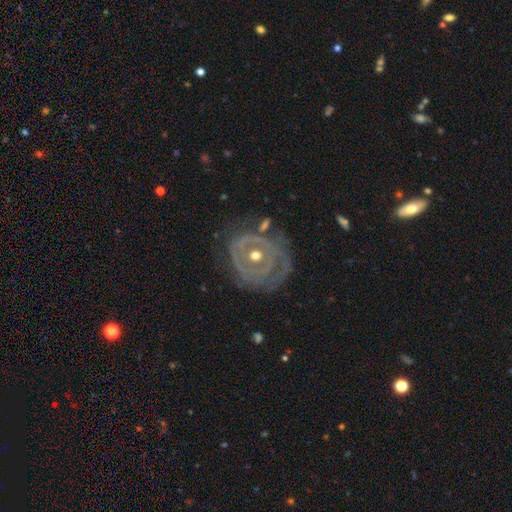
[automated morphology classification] Smooth or featured?
  - featured or disk: 80% *
  - smooth: 14%
  - star or artifact: 6%
Edge-on disk?
  - no: 97% *
  - yes: 3%
Bar?
  - no: 77% *
  - weak: 17%
  - strong: 6%
Spiral arms?
  - yes: 70% *
  - no: 30%
Spiral winding?
  - tight: 75% *
  - medium: 18%
  - loose: 8%
Spiral arm count?
  - can't tell: 40% *
  - 2: 23%
  - 3: 14%
  - 1: 13%
  - 4: 6%
  - more than 4: 5%
Bulge size?
  - moderate: 70% *
  - small: 25%
  - large: 3%
  - none: 1%
  - dominant: 1%
Merging?
  - none: 59% *
  - minor disturbance: 22%
  - major disturbance: 15%
  - merger: 4%